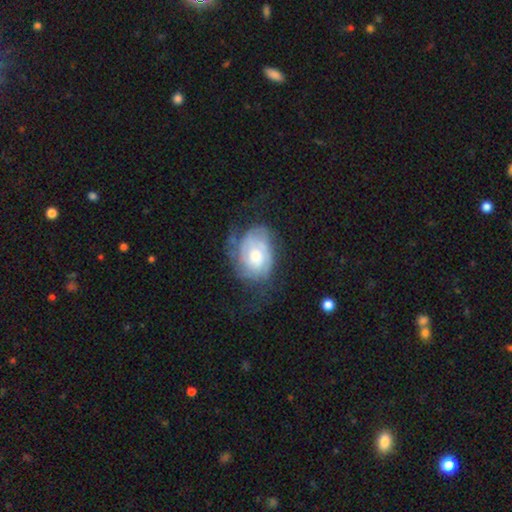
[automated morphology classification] Smooth or featured?
  - featured or disk: 69% *
  - smooth: 24%
  - star or artifact: 7%
Edge-on disk?
  - no: 97% *
  - yes: 3%
Bar?
  - no: 75% *
  - weak: 21%
  - strong: 3%
Spiral arms?
  - yes: 83% *
  - no: 17%
Spiral winding?
  - tight: 61% *
  - medium: 28%
  - loose: 11%
Spiral arm count?
  - can't tell: 49% *
  - 2: 24%
  - 3: 13%
  - 1: 6%
  - 4: 5%
  - more than 4: 4%
Bulge size?
  - moderate: 64% *
  - small: 22%
  - large: 11%
  - none: 2%
  - dominant: 1%
Merging?
  - none: 52% *
  - minor disturbance: 26%
  - major disturbance: 20%
  - merger: 2%